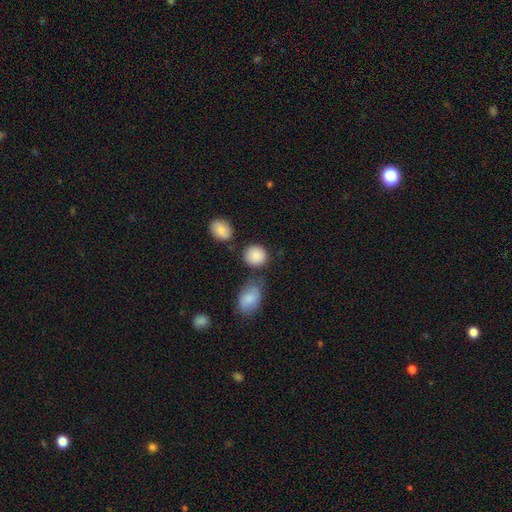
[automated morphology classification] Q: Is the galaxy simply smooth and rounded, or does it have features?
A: smooth — 88%.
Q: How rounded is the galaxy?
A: round — 81%.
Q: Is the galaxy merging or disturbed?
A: none — 74%.